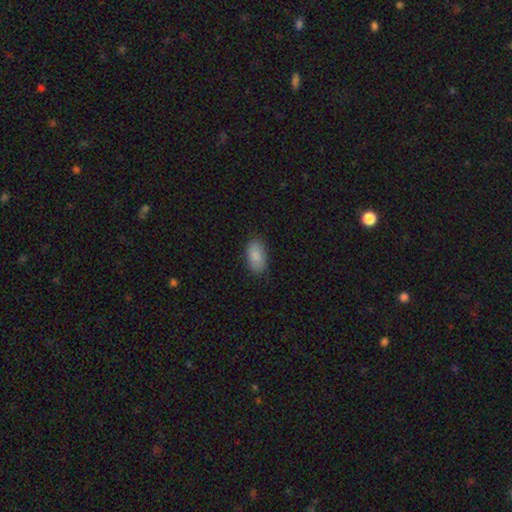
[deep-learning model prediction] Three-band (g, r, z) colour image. It shows a smooth galaxy with no disk features (87%) that is in between round and cigar-shaped (94%). Merging: none (84%).